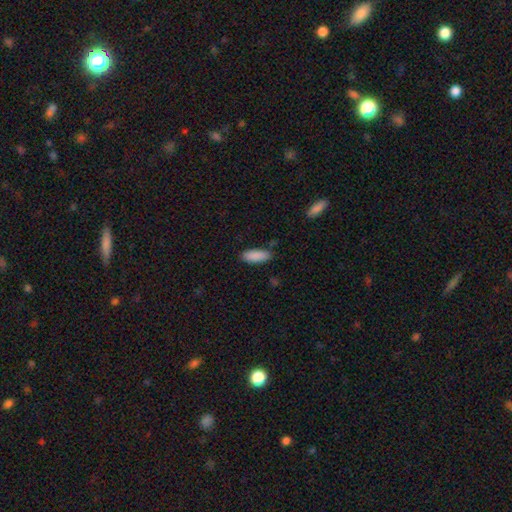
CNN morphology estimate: A smooth galaxy with no disk features (90%) that is in between round and cigar-shaped (77%).

Vote fractions:
- Smooth or featured? smooth: 90% / star or artifact: 6% / featured or disk: 4%
- How rounded? in between: 77% / cigar-shaped: 22% / round: 2%
- Merging? none: 83% / minor disturbance: 13% / major disturbance: 2% / merger: 2%